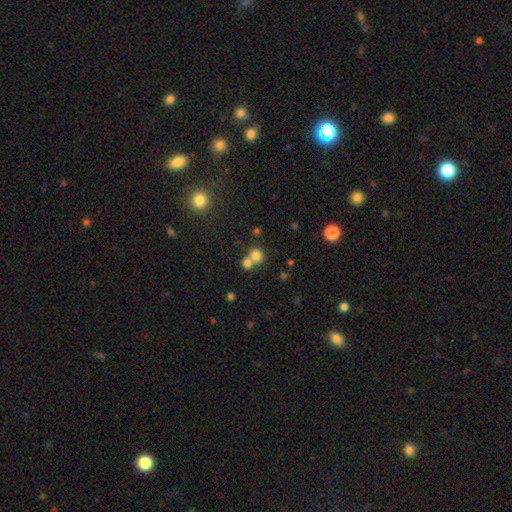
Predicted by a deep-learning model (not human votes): Q: Smooth or featured?
A: smooth (76%); runner-up: star or artifact (14%)
Q: How rounded?
A: round (85%); runner-up: in between (14%)
Q: Merging?
A: merger (49%); runner-up: none (43%)